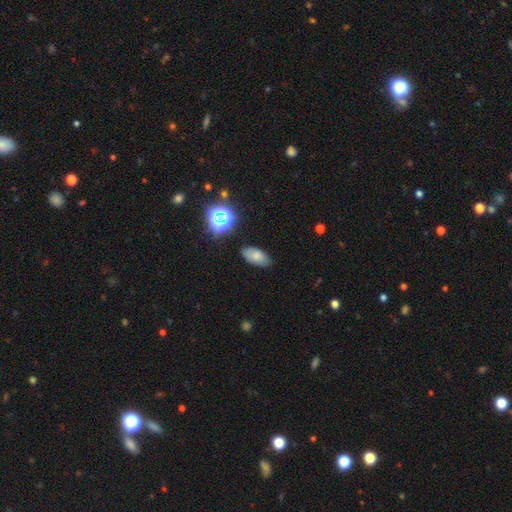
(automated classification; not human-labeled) A smooth galaxy with no disk features (72%) that is in between round and cigar-shaped (92%). Merging: none (78%).